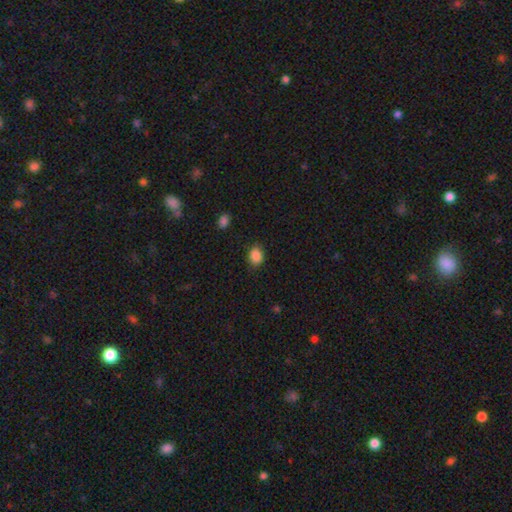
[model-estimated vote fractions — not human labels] This appears to be a smooth galaxy with no disk features (87%) that is in between round and cigar-shaped (61%). Merging: none (83%).